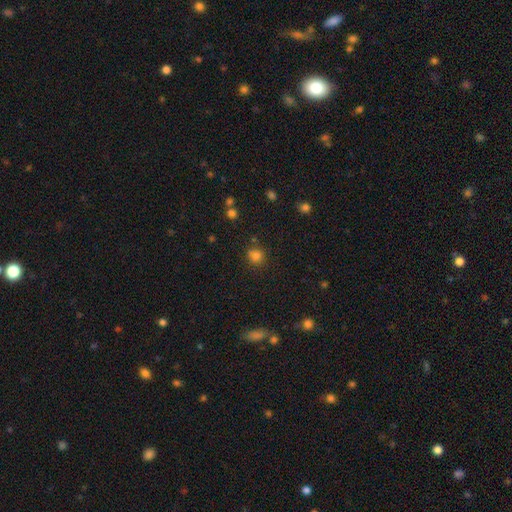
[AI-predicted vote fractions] smooth 76%, star or artifact 18%, featured or disk 7%. Down the decision tree: how rounded — round (83%); merging — none (71%).